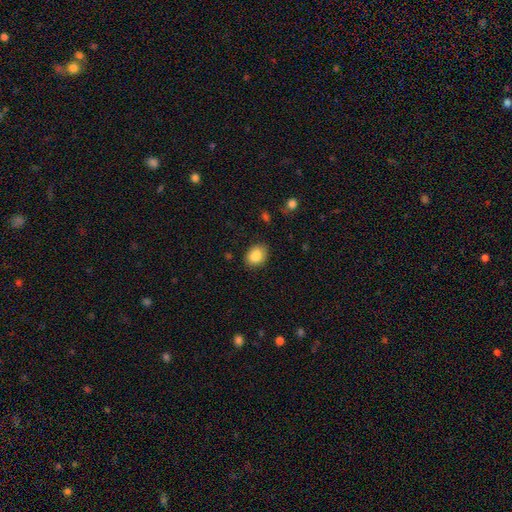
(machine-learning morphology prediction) Smooth or featured? smooth (86%)
How rounded? in between (63%)
Merging? none (79%)